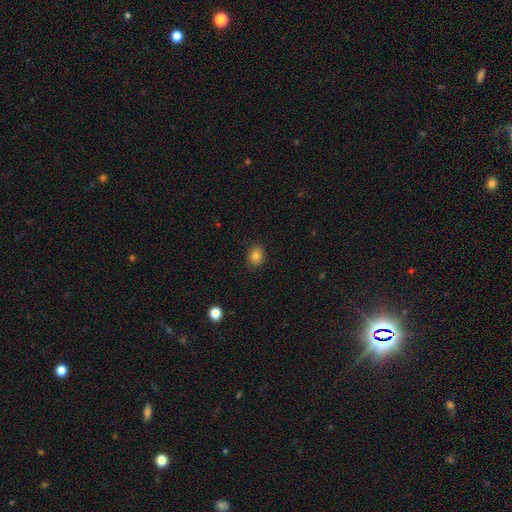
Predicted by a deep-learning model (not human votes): smooth-or-featured: smooth: 81% | star or artifact: 11% | featured or disk: 8%
  how-rounded: round: 53% | in between: 46% | cigar-shaped: 1%
  merging: none: 88% | minor disturbance: 9% | major disturbance: 2% | merger: 1%